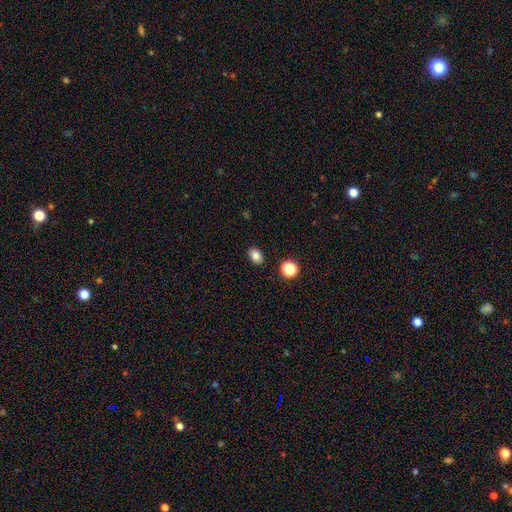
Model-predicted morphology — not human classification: Overall: smooth (83%). How rounded: in between (76%). Merging: none (88%).